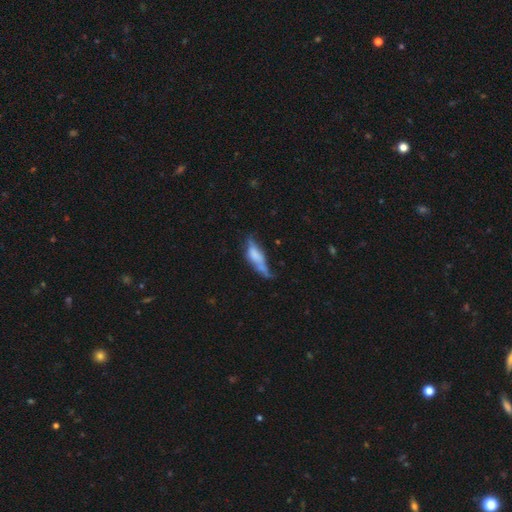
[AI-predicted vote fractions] smooth 55%, featured or disk 36%, star or artifact 9%. Down the decision tree: how rounded — in between (52%); merging — minor disturbance (31%).